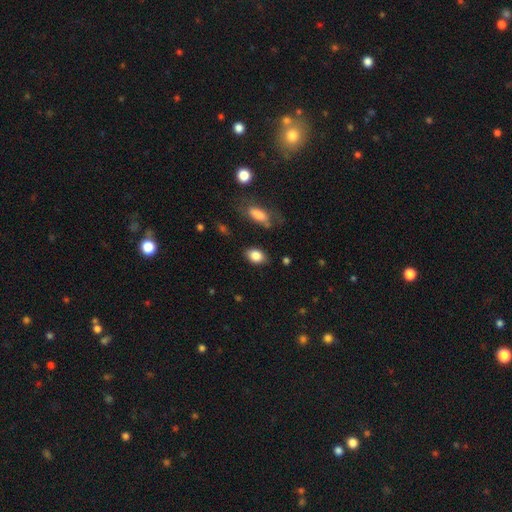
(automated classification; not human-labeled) Smooth or featured? Predicted: smooth (p=0.85). How rounded? Predicted: in between (p=0.79). Merging? Predicted: none (p=0.80).